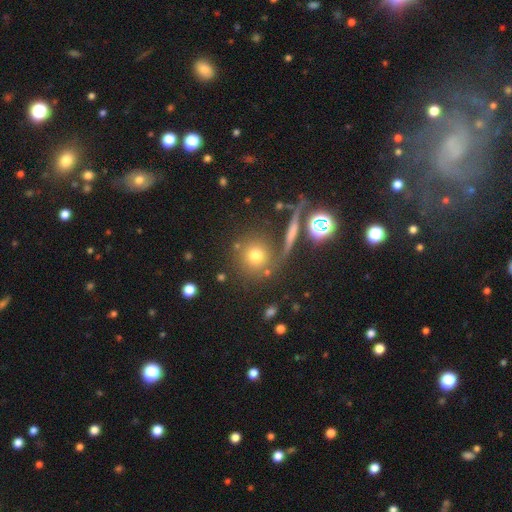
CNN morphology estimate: A smooth galaxy with no disk features (67%) that is round (91%). Merging: none (75%).